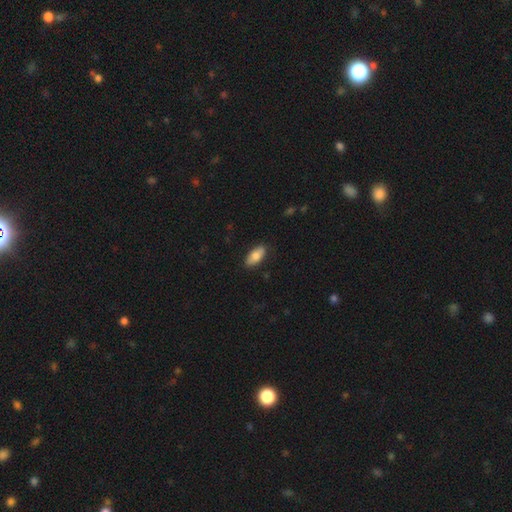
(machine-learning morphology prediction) Smooth or featured? Predicted: smooth (p=0.79). How rounded? Predicted: in between (p=0.89). Merging? Predicted: none (p=0.85).